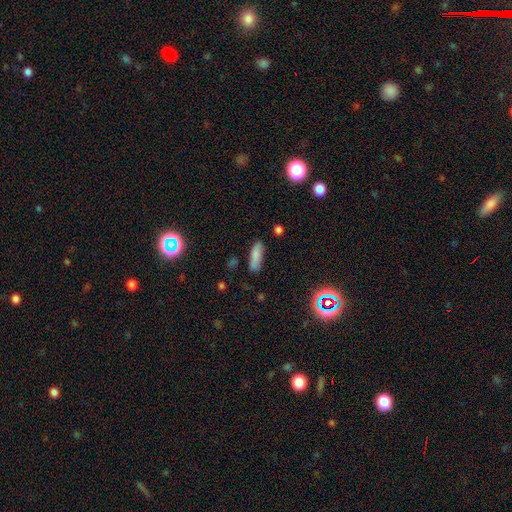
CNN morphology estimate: Smooth or featured?
  - smooth: 84% *
  - star or artifact: 9%
  - featured or disk: 8%
How rounded?
  - in between: 56% *
  - cigar-shaped: 42%
  - round: 2%
Merging?
  - none: 79% *
  - minor disturbance: 15%
  - major disturbance: 3%
  - merger: 3%